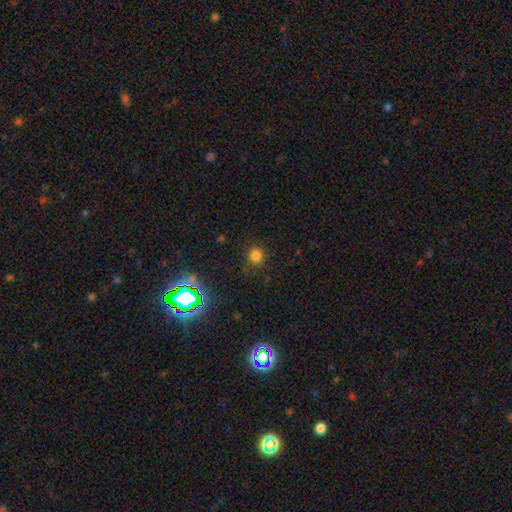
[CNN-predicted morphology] Smooth or featured: smooth — 78% (star or artifact — 18%)
How rounded: round — 89% (in between — 10%)
Merging: none — 85% (minor disturbance — 9%)